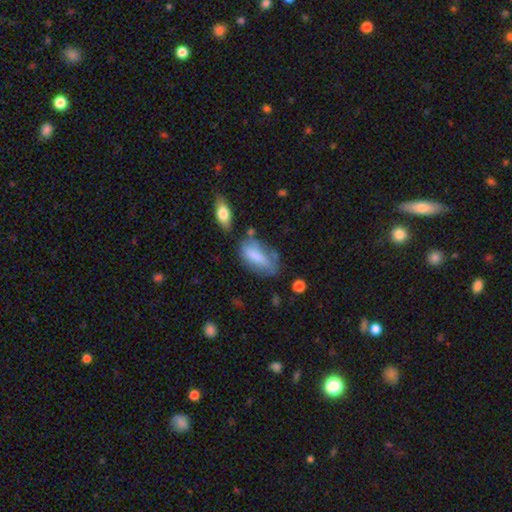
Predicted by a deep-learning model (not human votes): smooth_or_featured: smooth (p=0.71) [alt: featured or disk p=0.21]
how_rounded: in between (p=0.82) [alt: cigar-shaped p=0.16]
merging: none (p=0.42) [alt: minor disturbance p=0.31]